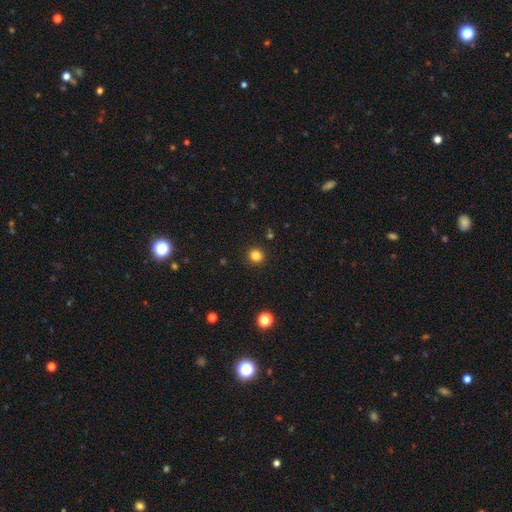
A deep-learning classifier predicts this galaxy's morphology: Smooth or featured? Predicted: smooth (p=0.83). How rounded? Predicted: round (p=0.92). Merging? Predicted: none (p=0.92).